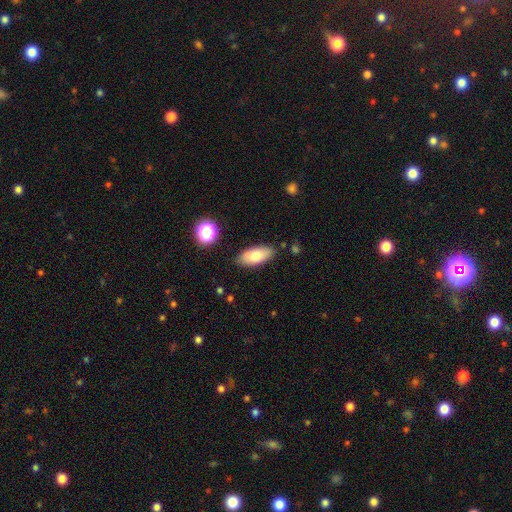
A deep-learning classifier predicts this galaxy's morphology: A smooth galaxy with no disk features (76%) that is in between round and cigar-shaped (88%).

Vote fractions:
- Smooth or featured? smooth: 76% / featured or disk: 17% / star or artifact: 7%
- How rounded? in between: 88% / cigar-shaped: 9% / round: 3%
- Merging? none: 84% / minor disturbance: 11% / major disturbance: 2% / merger: 2%